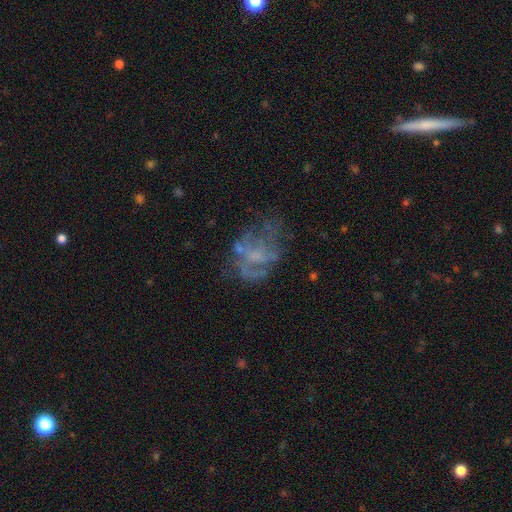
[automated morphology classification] Smooth or featured?
  - featured or disk: 66% *
  - smooth: 21%
  - star or artifact: 13%
Edge-on disk?
  - no: 98% *
  - yes: 2%
Bar?
  - no: 74% *
  - weak: 22%
  - strong: 4%
Spiral arms?
  - no: 61% *
  - yes: 39%
Bulge size?
  - none: 47% *
  - small: 26%
  - moderate: 22%
  - large: 3%
  - dominant: 1%
Merging?
  - none: 42% *
  - major disturbance: 32%
  - minor disturbance: 20%
  - merger: 6%